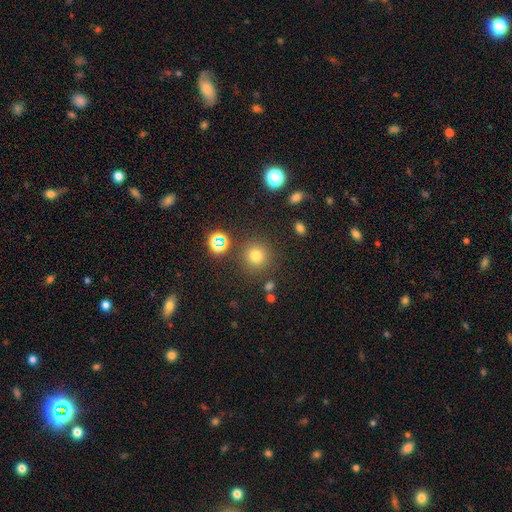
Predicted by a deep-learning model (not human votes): The model was most divided on "smooth or featured": smooth: 73%, star or artifact: 20%, featured or disk: 7%. More confident: how rounded — round (93%); merging — none (84%).